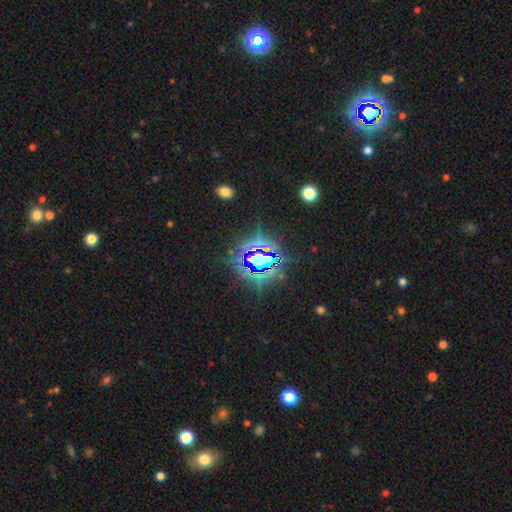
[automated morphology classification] Smooth or featured: star or artifact — 83% (smooth — 10%)